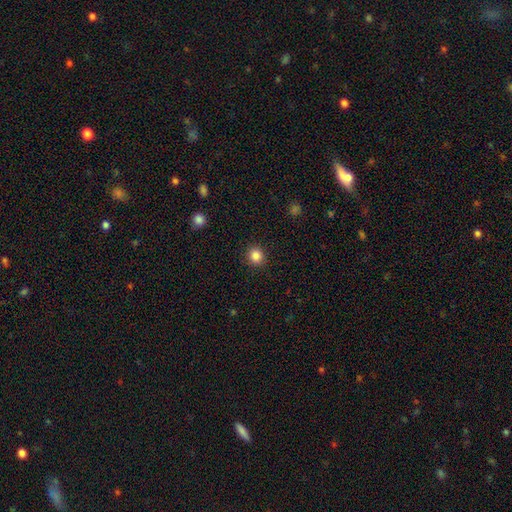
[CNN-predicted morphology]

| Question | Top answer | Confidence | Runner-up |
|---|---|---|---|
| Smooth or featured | smooth | 86% | star or artifact (11%) |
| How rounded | round | 85% | in between (14%) |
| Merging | none | 91% | minor disturbance (6%) |